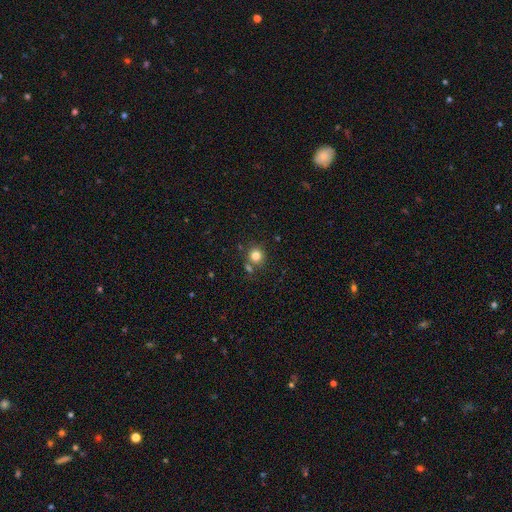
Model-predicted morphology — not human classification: smooth-or-featured: smooth: 81% | star or artifact: 13% | featured or disk: 6%
  how-rounded: round: 90% | in between: 9% | cigar-shaped: 1%
  merging: none: 73% | merger: 15% | minor disturbance: 9% | major disturbance: 3%